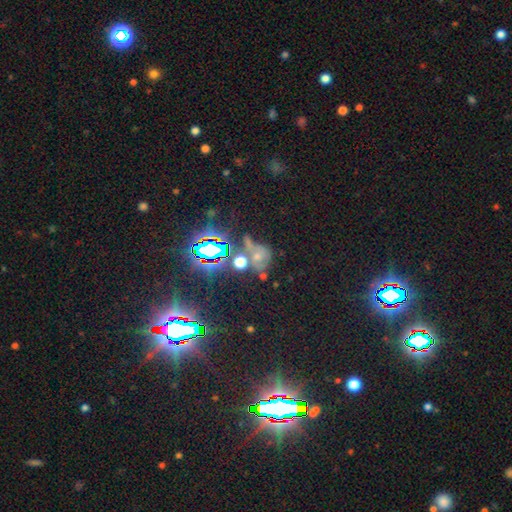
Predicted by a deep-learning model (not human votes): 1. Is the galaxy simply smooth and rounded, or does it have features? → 47% star or artifact, 33% smooth, 20% featured or disk.